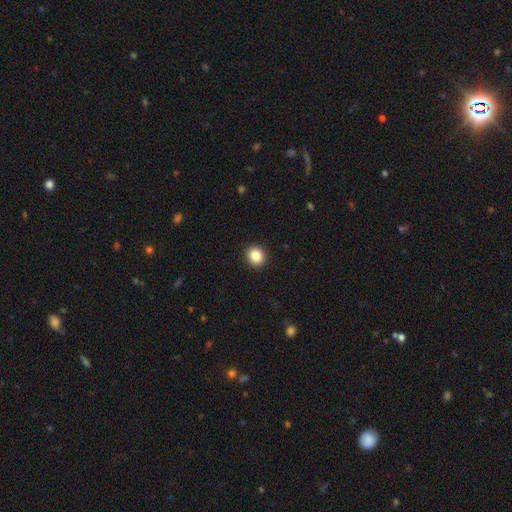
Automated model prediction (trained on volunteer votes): A smooth galaxy with no disk features (86%) that is round (84%). Merging: none (92%).